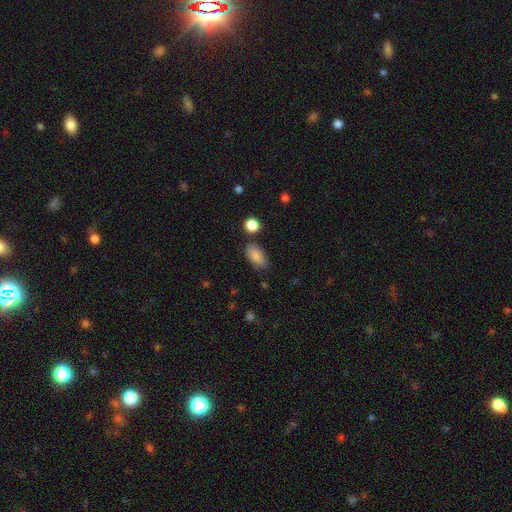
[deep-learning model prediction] The model was most divided on "merging": none: 77%, minor disturbance: 15%, merger: 4%, major disturbance: 4%. More confident: how rounded — in between (91%); smooth or featured — smooth (86%).